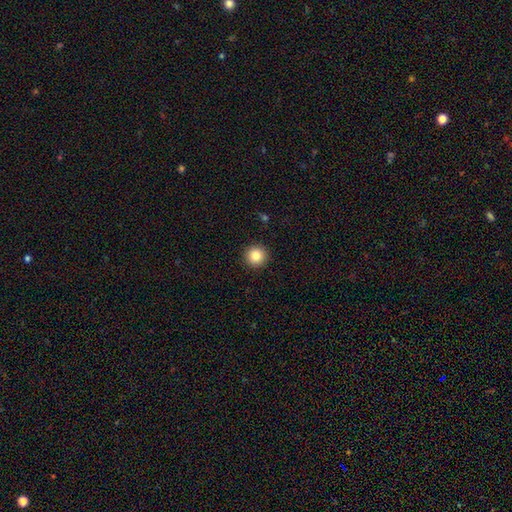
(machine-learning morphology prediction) type=smooth (84%); roundness=round (96%); merging=none (93%).